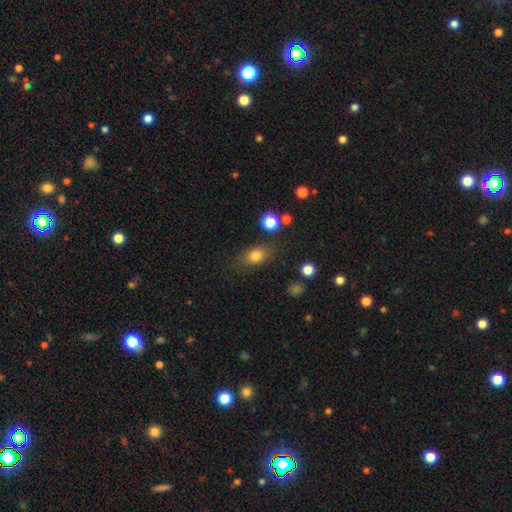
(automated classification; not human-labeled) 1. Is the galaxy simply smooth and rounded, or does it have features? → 79% smooth, 11% star or artifact, 10% featured or disk.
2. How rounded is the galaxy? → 72% in between, 24% round, 4% cigar-shaped.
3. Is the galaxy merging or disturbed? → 77% none, 15% minor disturbance, 5% major disturbance, 3% merger.